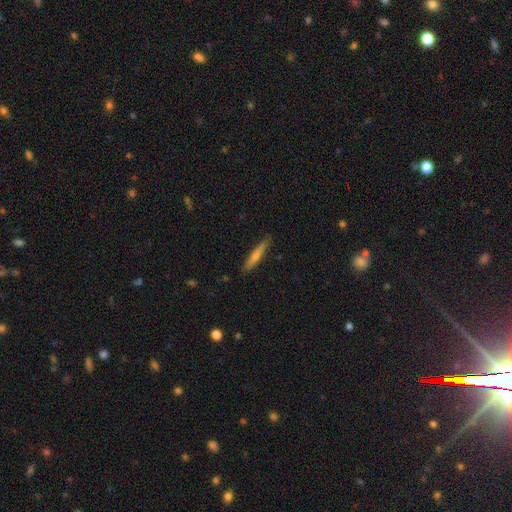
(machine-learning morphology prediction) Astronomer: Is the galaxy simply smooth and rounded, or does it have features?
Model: smooth — 54% (runner-up: featured or disk, 40%).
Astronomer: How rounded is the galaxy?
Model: cigar-shaped — 94%.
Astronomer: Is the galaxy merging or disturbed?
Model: none — 88%.